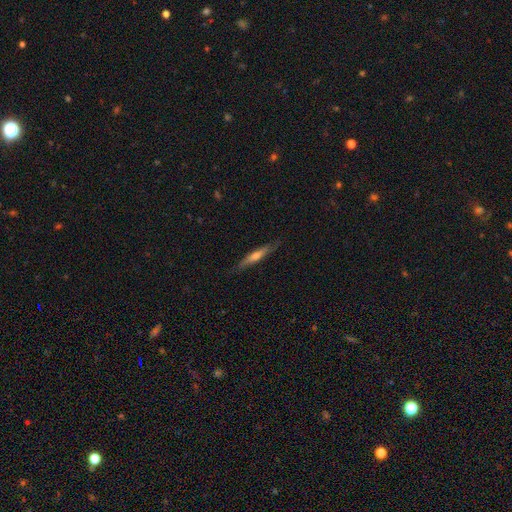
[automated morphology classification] This is possibly a featured or disk galaxy (56%). It is clearly viewed edge-on (93%). Edge-on bulge: likely rounded (66%). Merging: clearly none (85%).